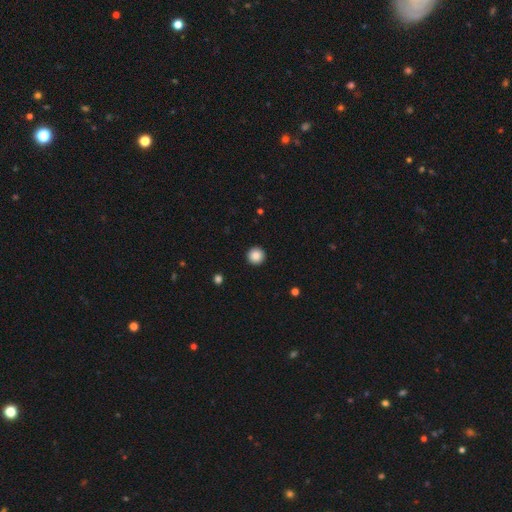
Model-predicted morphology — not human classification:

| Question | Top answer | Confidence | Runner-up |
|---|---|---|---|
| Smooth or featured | smooth | 87% | star or artifact (9%) |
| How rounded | round | 96% | in between (3%) |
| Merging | none | 93% | minor disturbance (4%) |